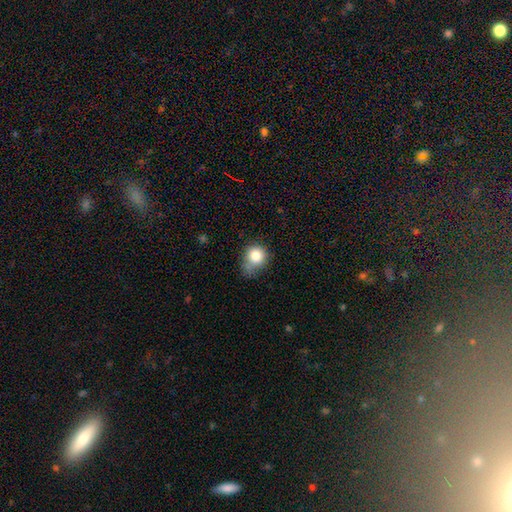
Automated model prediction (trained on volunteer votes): The model was most divided on "merging": none: 45%, minor disturbance: 34%, major disturbance: 13%, merger: 8%. More confident: smooth or featured — smooth (82%); how rounded — round (78%).